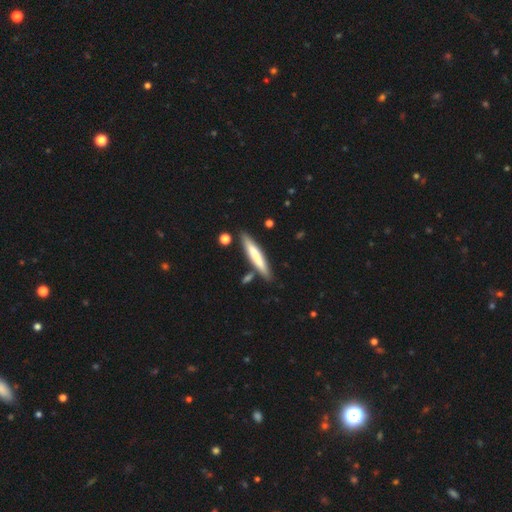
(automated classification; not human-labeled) Q: Smooth or featured?
A: smooth (66%); runner-up: featured or disk (29%)
Q: How rounded?
A: cigar-shaped (92%); runner-up: in between (7%)
Q: Merging?
A: none (82%); runner-up: minor disturbance (10%)